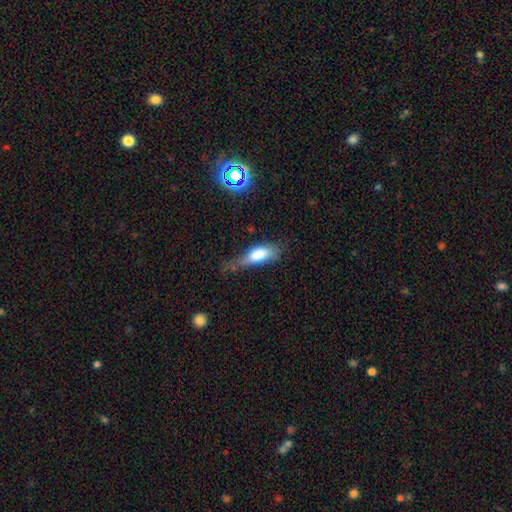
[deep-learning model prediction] smooth 72%, featured or disk 20%, star or artifact 8%. Down the decision tree: how rounded — in between (63%); merging — minor disturbance (38%).